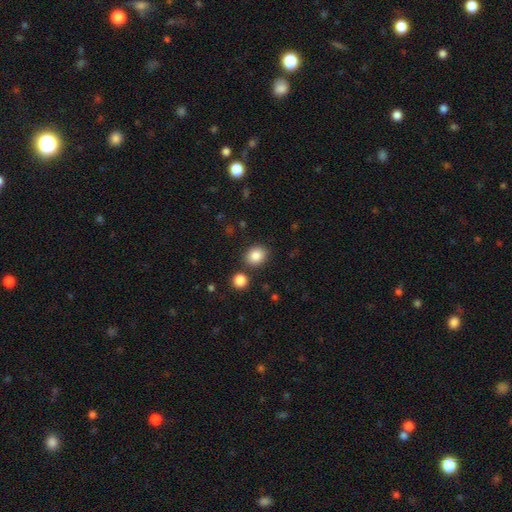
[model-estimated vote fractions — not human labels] This appears to be a smooth galaxy with no disk features (85%) that is round (58%). Merging: none (81%).